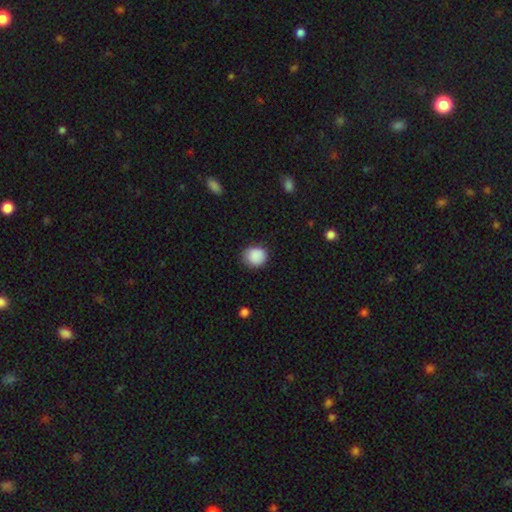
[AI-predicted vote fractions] smooth 89%, star or artifact 8%, featured or disk 3%. Down the decision tree: how rounded — round (79%); merging — none (81%).